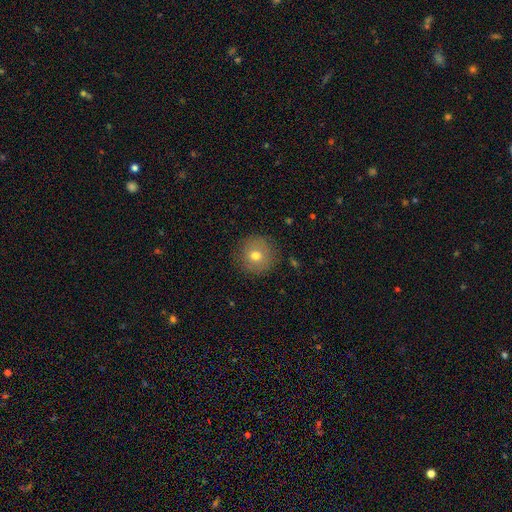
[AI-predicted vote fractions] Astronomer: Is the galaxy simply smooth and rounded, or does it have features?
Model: smooth — 72%.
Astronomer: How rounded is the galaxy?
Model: round — 94%.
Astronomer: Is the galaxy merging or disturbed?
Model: none — 86%.